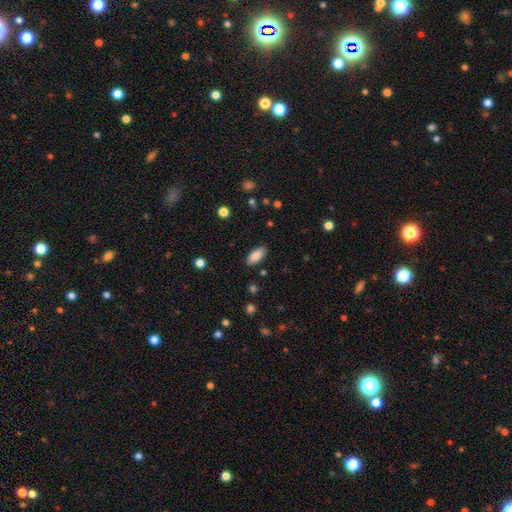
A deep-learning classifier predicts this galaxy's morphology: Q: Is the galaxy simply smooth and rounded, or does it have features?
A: smooth — 86%.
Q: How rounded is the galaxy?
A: in between — 88%.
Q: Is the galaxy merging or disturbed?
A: none — 88%.